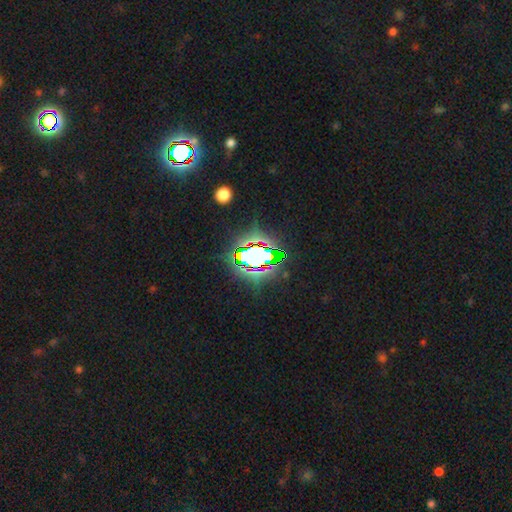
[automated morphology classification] star or artifact 74%, smooth 14%, featured or disk 12%.